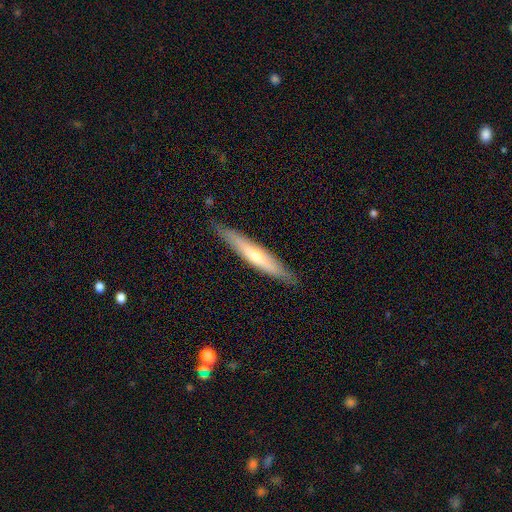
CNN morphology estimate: Smooth or featured: featured or disk — 53% (smooth — 40%)
Edge-on disk: yes — 90% (no — 10%)
Merging: none — 88% (minor disturbance — 9%)